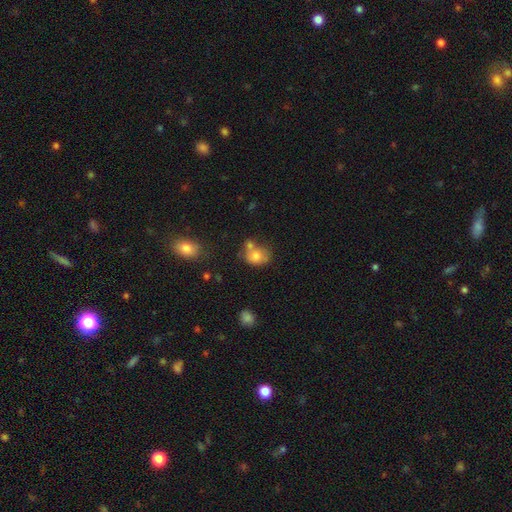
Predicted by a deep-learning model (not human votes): Smooth or featured? Predicted: smooth (p=0.75). How rounded? Predicted: round (p=0.57). Merging? Predicted: none (p=0.42).